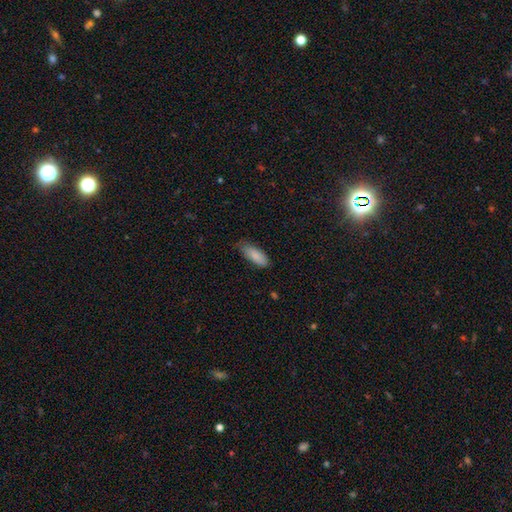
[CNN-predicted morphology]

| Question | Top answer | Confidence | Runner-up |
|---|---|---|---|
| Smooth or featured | smooth | 87% | featured or disk (7%) |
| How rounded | in between | 76% | cigar-shaped (22%) |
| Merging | none | 63% | minor disturbance (31%) |